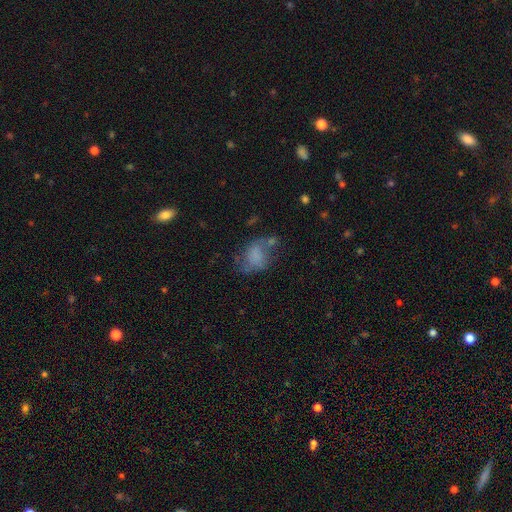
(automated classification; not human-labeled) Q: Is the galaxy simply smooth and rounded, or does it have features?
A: smooth — 62%.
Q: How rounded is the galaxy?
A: in between — 71%.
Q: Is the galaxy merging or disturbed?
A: none — 37%.